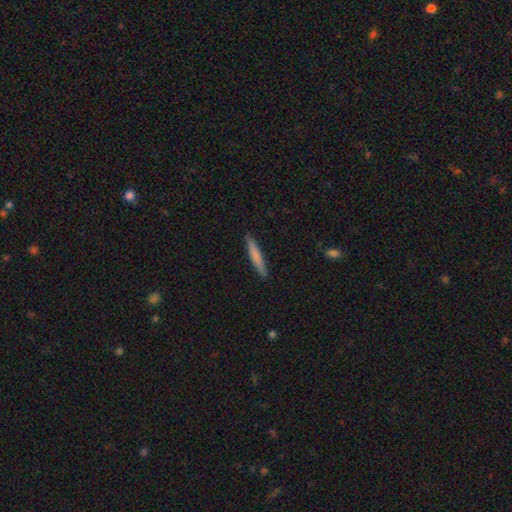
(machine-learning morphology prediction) type=smooth (73%); roundness=cigar-shaped (95%); merging=none (90%).